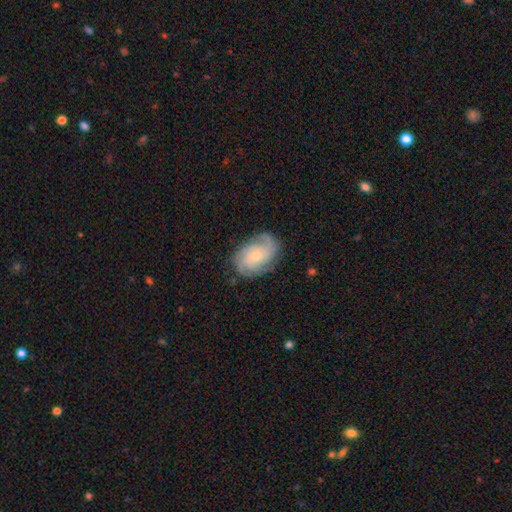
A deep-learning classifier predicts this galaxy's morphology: Q: Smooth or featured?
A: featured or disk (80%); runner-up: smooth (14%)
Q: Edge-on disk?
A: no (97%); runner-up: yes (3%)
Q: Bar?
A: no (70%); runner-up: weak (27%)
Q: Spiral arms?
A: yes (96%); runner-up: no (4%)
Q: Spiral winding?
A: tight (53%); runner-up: medium (37%)
Q: Spiral arm count?
A: 3 (34%); runner-up: can't tell (22%)
Q: Bulge size?
A: small (50%); runner-up: moderate (45%)
Q: Merging?
A: none (76%); runner-up: minor disturbance (18%)